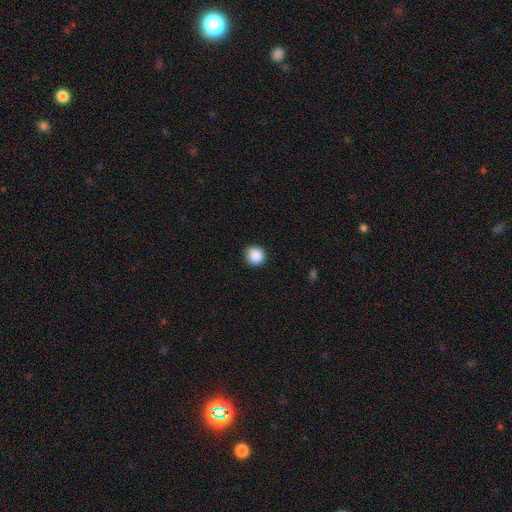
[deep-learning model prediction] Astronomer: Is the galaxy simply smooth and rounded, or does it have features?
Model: smooth — 88%.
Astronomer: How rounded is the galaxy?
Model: round — 90%.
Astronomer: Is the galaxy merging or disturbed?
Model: none — 89%.